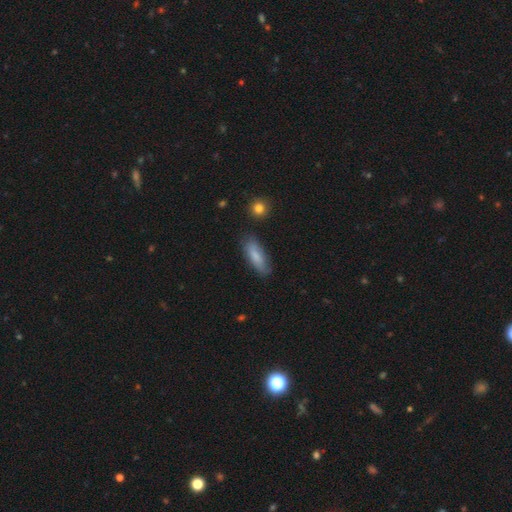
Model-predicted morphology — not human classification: Q: Smooth or featured?
A: smooth (77%); runner-up: featured or disk (16%)
Q: How rounded?
A: in between (62%); runner-up: cigar-shaped (36%)
Q: Merging?
A: none (75%); runner-up: minor disturbance (18%)